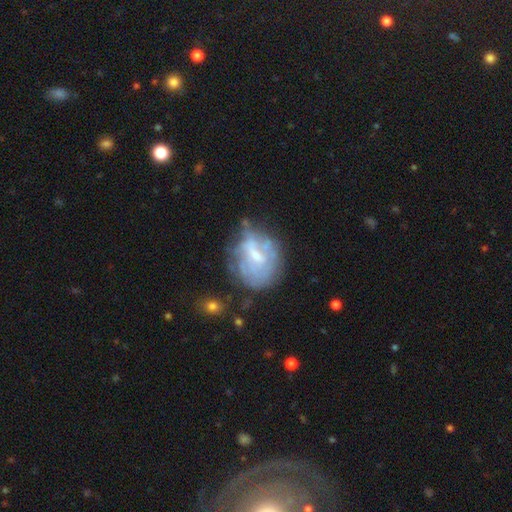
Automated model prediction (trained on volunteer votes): The model was most divided on "spiral arms": no: 52%, yes: 48%. Remaining: edge-on disk — no (96%); smooth or featured — featured or disk (64%); bulge size — small (59%); merging — none (50%); bar — weak (47%).